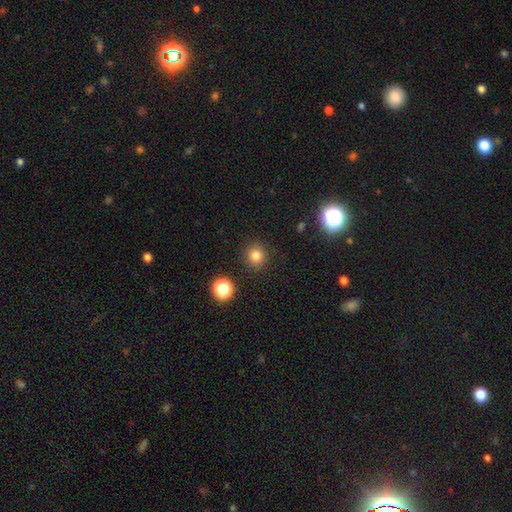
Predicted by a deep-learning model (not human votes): A smooth galaxy with no disk features (80%) that is round (92%). Merging: none (90%).